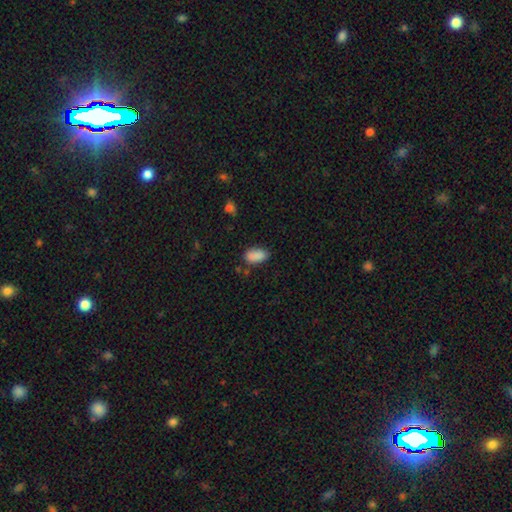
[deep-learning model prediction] Smooth or featured: smooth — 88% (star or artifact — 8%)
How rounded: in between — 92% (round — 5%)
Merging: none — 75% (minor disturbance — 18%)